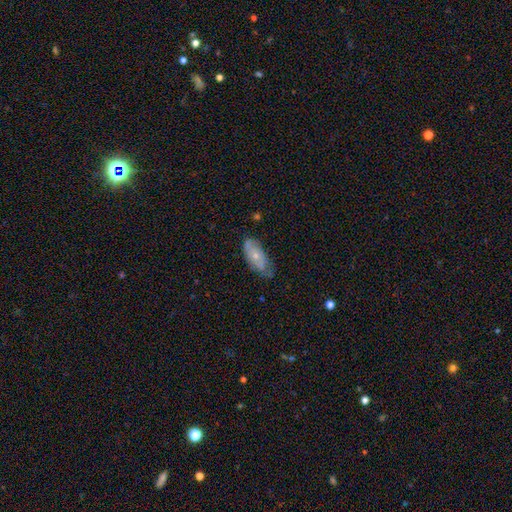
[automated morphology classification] Smooth or featured: smooth — 53% (featured or disk — 41%)
How rounded: in between — 86% (cigar-shaped — 11%)
Merging: none — 62% (minor disturbance — 30%)